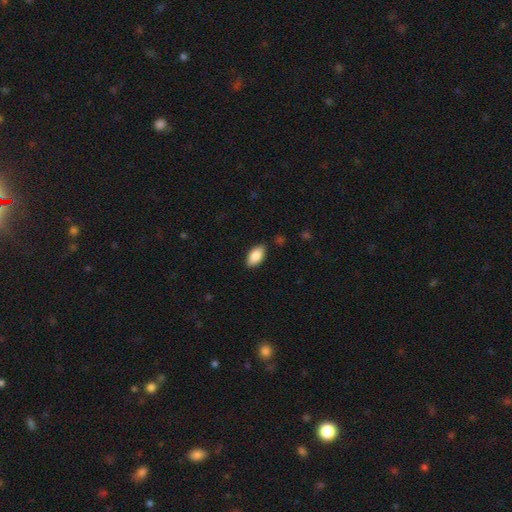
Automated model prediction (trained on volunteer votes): smooth_or_featured: smooth (p=0.85) [alt: featured or disk p=0.09]
how_rounded: in between (p=0.92) [alt: cigar-shaped p=0.05]
merging: none (p=0.86) [alt: minor disturbance p=0.11]